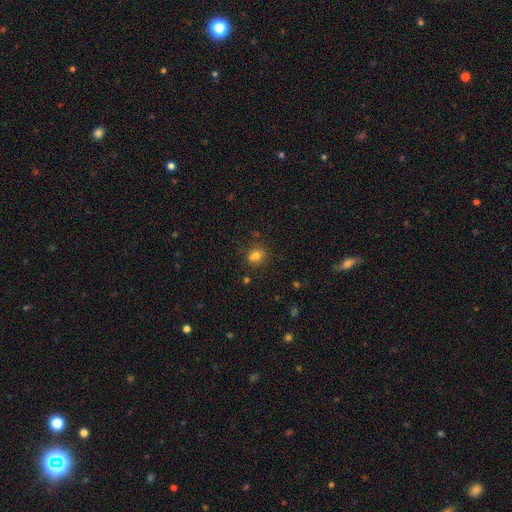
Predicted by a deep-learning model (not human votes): Morphology: type=smooth (75%); roundness=round (57%); merging=none (70%).